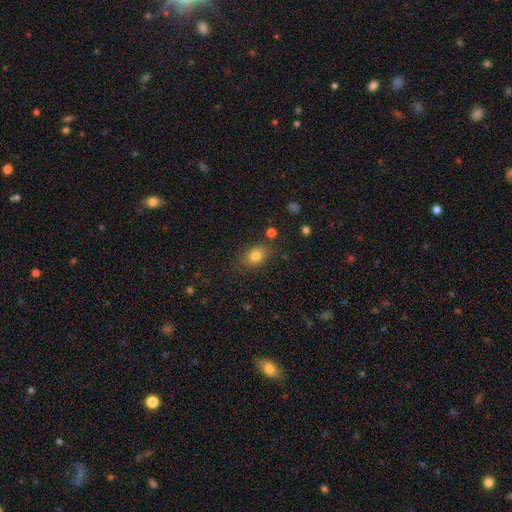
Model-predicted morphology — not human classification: Overall: smooth (81%). How rounded: in between (72%). Merging: none (79%).